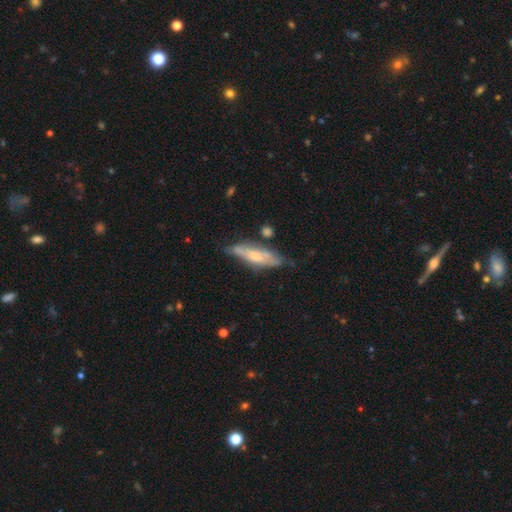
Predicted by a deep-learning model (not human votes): Overall: featured or disk (54%; smooth 39%). Edge-on disk: yes (63%; no 37%). Merging: none (55%; minor disturbance 29%).